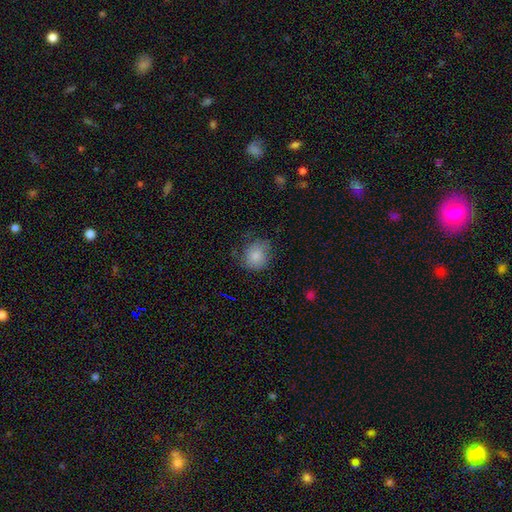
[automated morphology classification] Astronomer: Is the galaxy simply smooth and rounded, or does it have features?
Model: smooth — 80%.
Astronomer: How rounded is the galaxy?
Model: round — 82%.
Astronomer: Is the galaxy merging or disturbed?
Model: none — 66%.